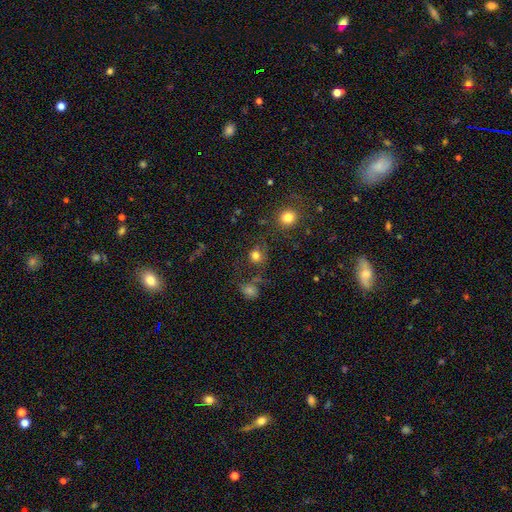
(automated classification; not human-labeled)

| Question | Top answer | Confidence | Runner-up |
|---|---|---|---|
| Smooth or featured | smooth | 76% | star or artifact (16%) |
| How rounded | round | 84% | in between (15%) |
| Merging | none | 68% | minor disturbance (14%) |